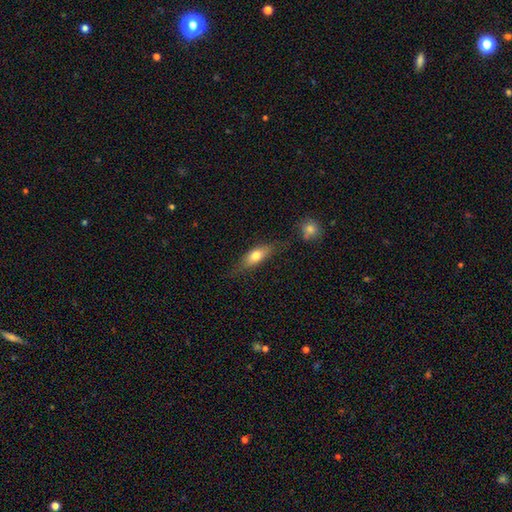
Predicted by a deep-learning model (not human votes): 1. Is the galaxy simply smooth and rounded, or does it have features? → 69% smooth, 24% featured or disk, 7% star or artifact.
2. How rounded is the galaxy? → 65% in between, 30% cigar-shaped, 4% round.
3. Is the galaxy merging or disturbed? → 68% none, 21% minor disturbance, 6% major disturbance, 4% merger.